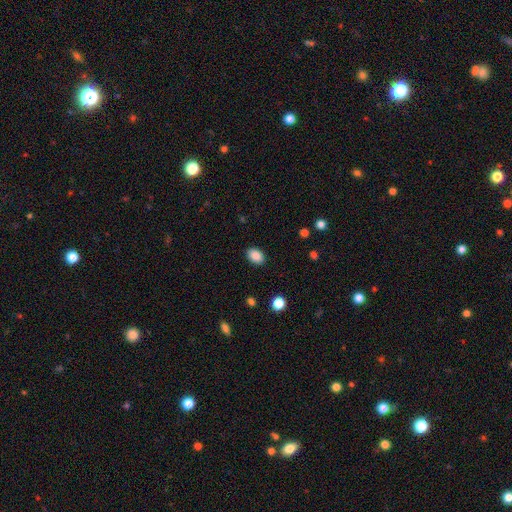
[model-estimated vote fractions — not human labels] The model was most divided on "how rounded": in between: 82%, round: 17%, cigar-shaped: 1%. More confident: merging — none (88%); smooth or featured — smooth (88%).